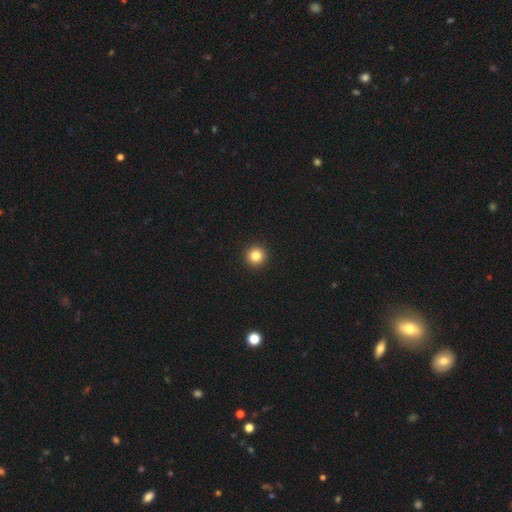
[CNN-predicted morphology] Overall: smooth (83%). How rounded: round (96%). Merging: none (94%).